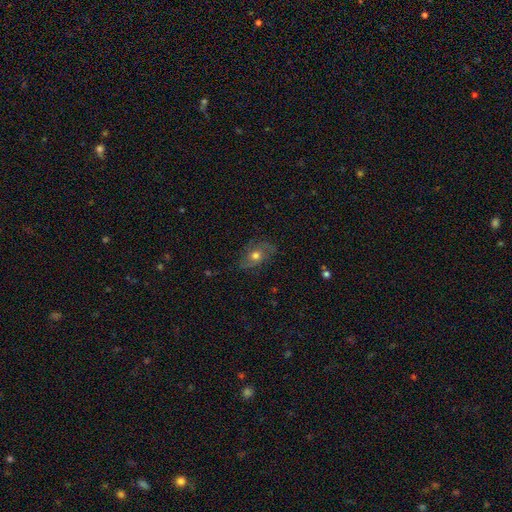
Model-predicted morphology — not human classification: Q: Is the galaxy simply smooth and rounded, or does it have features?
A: featured or disk — 48%.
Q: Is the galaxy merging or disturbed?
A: none — 70%.